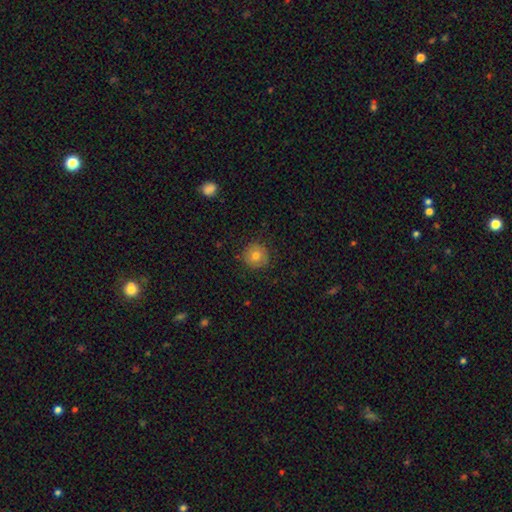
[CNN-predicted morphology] Overall: smooth (76%). How rounded: round (94%). Merging: none (86%).